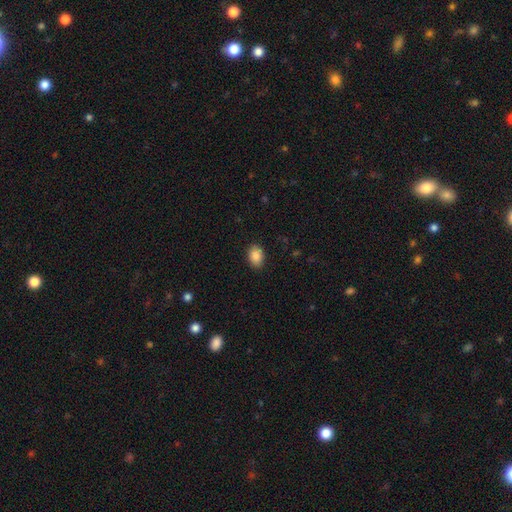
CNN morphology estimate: The model was most divided on "how rounded": in between: 77%, round: 22%, cigar-shaped: 1%. More confident: merging — none (89%); smooth or featured — smooth (87%).